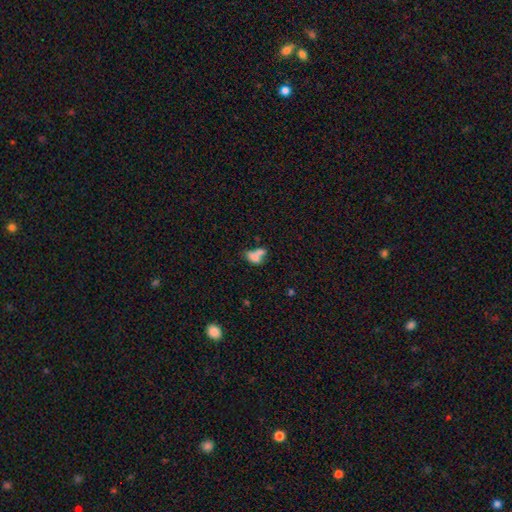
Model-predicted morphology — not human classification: A smooth galaxy with no disk features (66%) that is in between round and cigar-shaped (79%).

Vote fractions:
- Smooth or featured? smooth: 66% / featured or disk: 22% / star or artifact: 12%
- How rounded? in between: 79% / round: 14% / cigar-shaped: 7%
- Merging? merger: 57% / none: 22% / minor disturbance: 11% / major disturbance: 10%